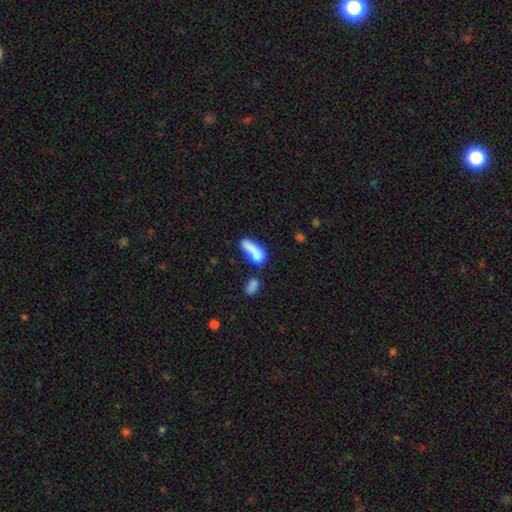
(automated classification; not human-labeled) Smooth or featured? smooth (73%)
How rounded? in between (62%)
Merging? merger (43%)